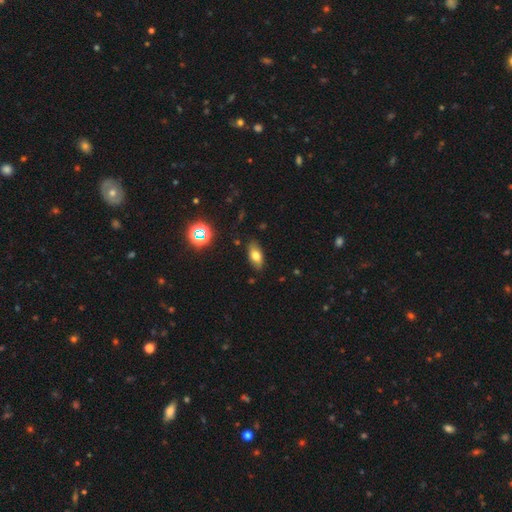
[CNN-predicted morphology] Q: Smooth or featured?
A: smooth (73%); runner-up: featured or disk (16%)
Q: How rounded?
A: in between (86%); runner-up: cigar-shaped (8%)
Q: Merging?
A: none (84%); runner-up: minor disturbance (12%)